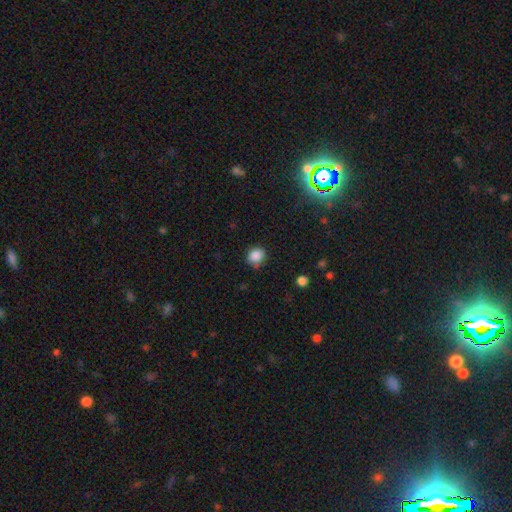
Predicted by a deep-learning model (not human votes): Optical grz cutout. It shows a smooth galaxy with no disk features (86%) that is round (74%). Merging: none (77%).